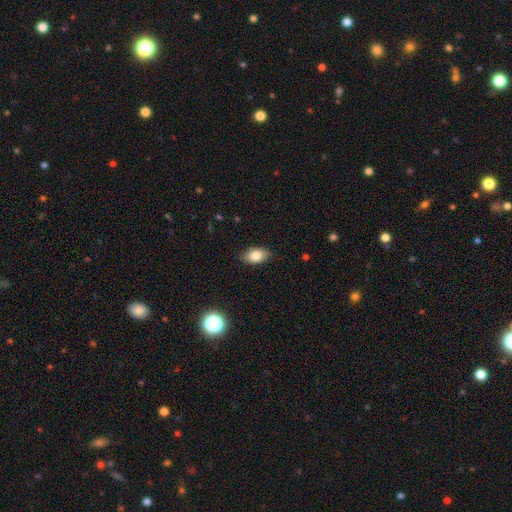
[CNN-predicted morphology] smooth 83%, featured or disk 9%, star or artifact 8%. Down the decision tree: how rounded — in between (89%); merging — none (84%).